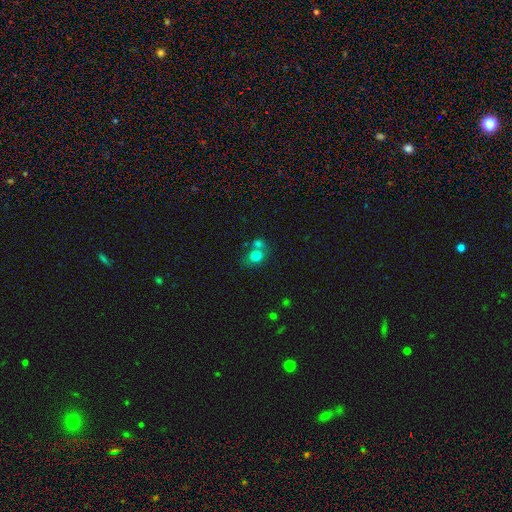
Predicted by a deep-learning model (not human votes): smooth 77%, star or artifact 12%, featured or disk 11%. Down the decision tree: how rounded — round (65%); merging — none (43%).